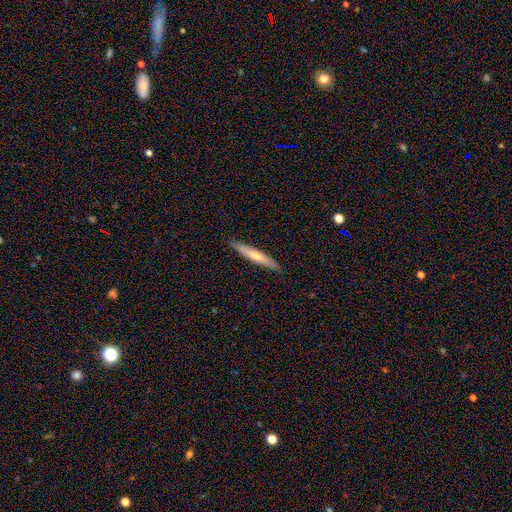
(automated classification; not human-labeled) featured or disk 48%, smooth 46%, star or artifact 6%. Down the decision tree: merging — none (89%).